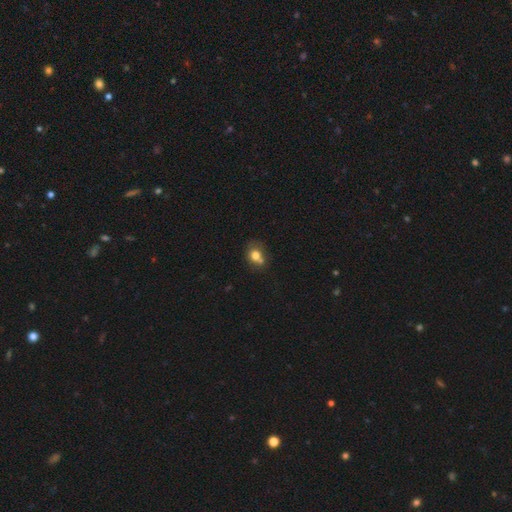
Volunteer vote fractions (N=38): Smooth or featured?
  - smooth: 79% *
  - featured or disk: 16%
  - star or artifact: 5%
How rounded?
  - round: 80% *
  - in between: 20%
  - cigar-shaped: 0%
Merging?
  - merger: 47% *
  - none: 39%
  - minor disturbance: 14%
  - major disturbance: 0%